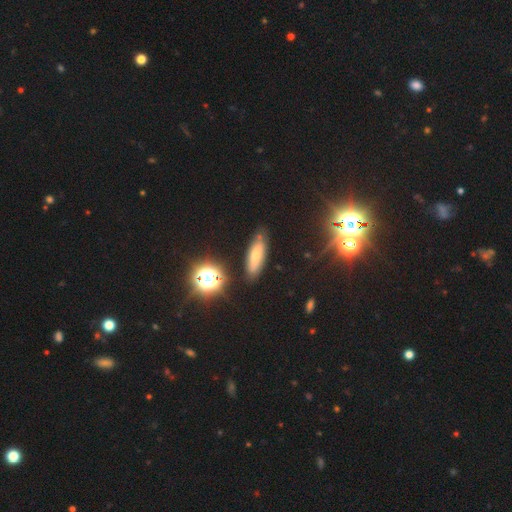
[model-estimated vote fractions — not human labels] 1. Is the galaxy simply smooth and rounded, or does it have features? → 57% smooth, 26% featured or disk, 16% star or artifact.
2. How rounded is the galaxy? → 53% in between, 42% cigar-shaped, 5% round.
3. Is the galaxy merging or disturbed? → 76% none, 16% minor disturbance, 4% major disturbance, 4% merger.